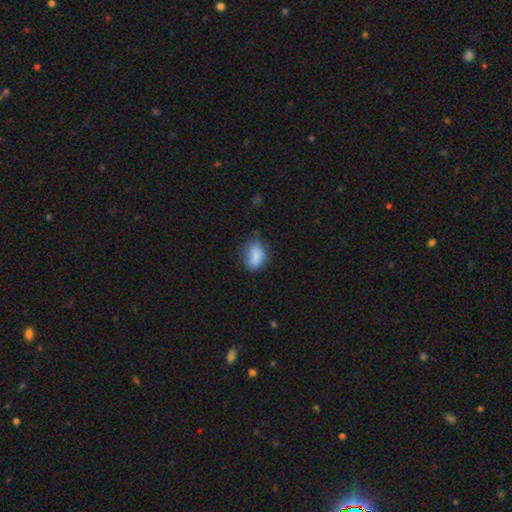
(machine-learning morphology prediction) Smooth or featured?
  - smooth: 84% *
  - star or artifact: 8%
  - featured or disk: 7%
How rounded?
  - in between: 85% *
  - round: 11%
  - cigar-shaped: 4%
Merging?
  - none: 63% *
  - minor disturbance: 28%
  - major disturbance: 7%
  - merger: 2%